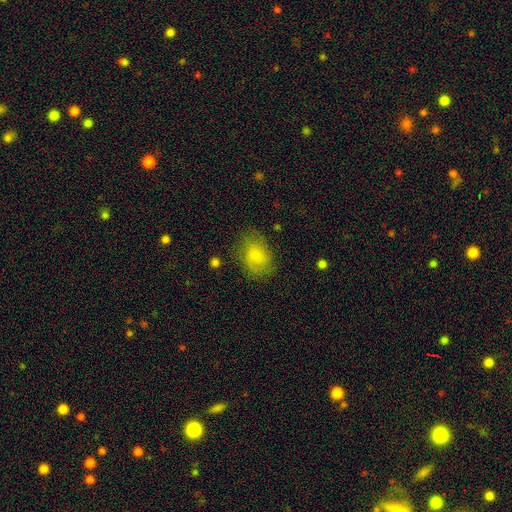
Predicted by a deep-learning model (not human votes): Morphology: type=smooth (70%); roundness=in between (69%); merging=none (75%).